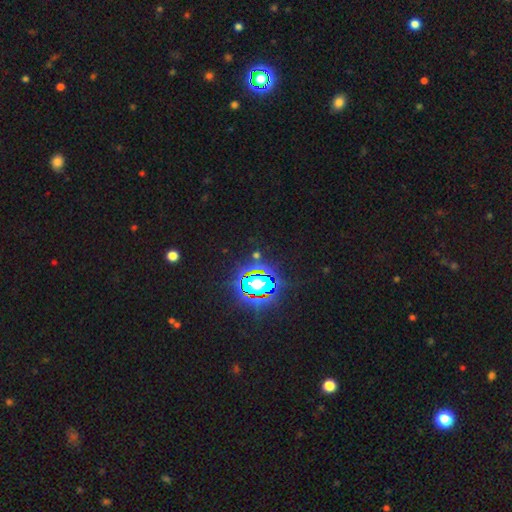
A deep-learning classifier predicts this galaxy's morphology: type=star or artifact (82%).